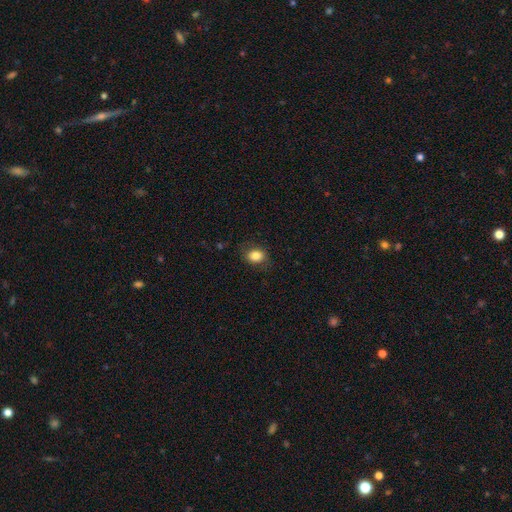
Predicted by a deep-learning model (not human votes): A smooth galaxy with no disk features (84%) that is in between round and cigar-shaped (58%).

Vote fractions:
- Smooth or featured? smooth: 84% / star or artifact: 9% / featured or disk: 7%
- How rounded? in between: 58% / round: 41% / cigar-shaped: 1%
- Merging? none: 79% / minor disturbance: 15% / major disturbance: 5% / merger: 1%